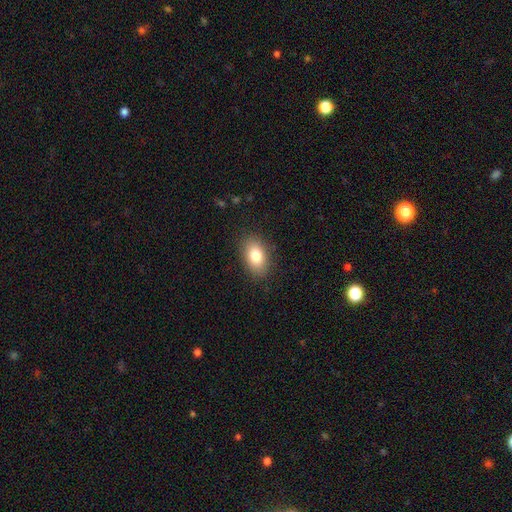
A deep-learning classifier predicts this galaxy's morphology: smooth_or_featured: smooth (p=0.81) [alt: featured or disk p=0.11]
how_rounded: in between (p=0.89) [alt: round p=0.10]
merging: none (p=0.87) [alt: minor disturbance p=0.10]